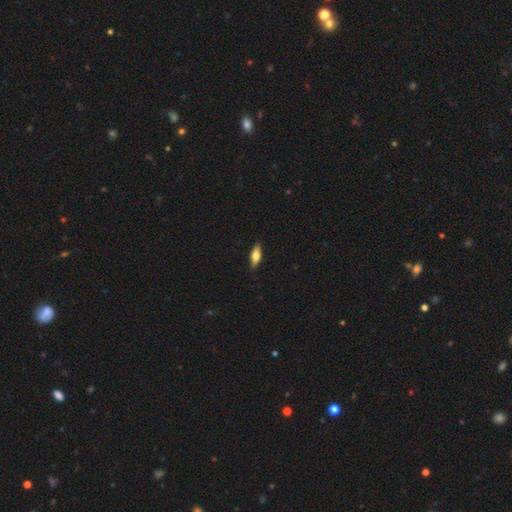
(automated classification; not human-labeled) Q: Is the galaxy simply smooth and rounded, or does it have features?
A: smooth — 65%.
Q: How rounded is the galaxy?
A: in between — 59%.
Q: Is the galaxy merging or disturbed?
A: none — 88%.